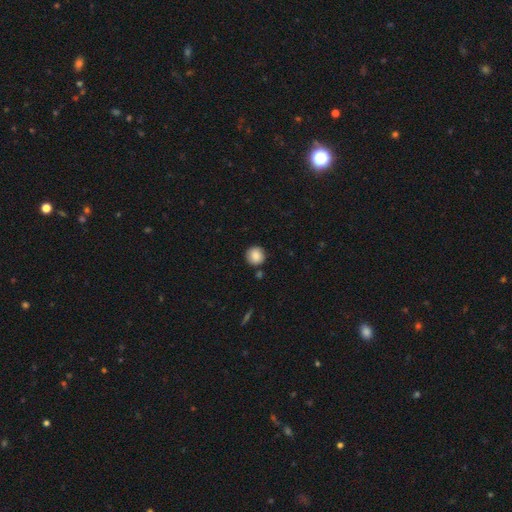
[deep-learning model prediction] Overall: smooth (87%). How rounded: round (94%). Merging: none (88%).